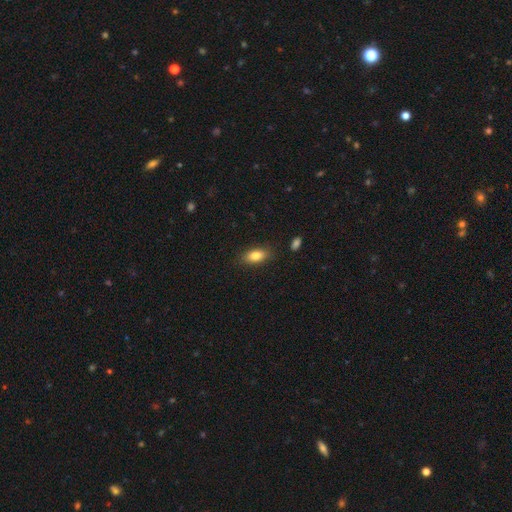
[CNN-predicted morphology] smooth 82%, featured or disk 10%, star or artifact 8%. Down the decision tree: how rounded — in between (86%); merging — none (85%).